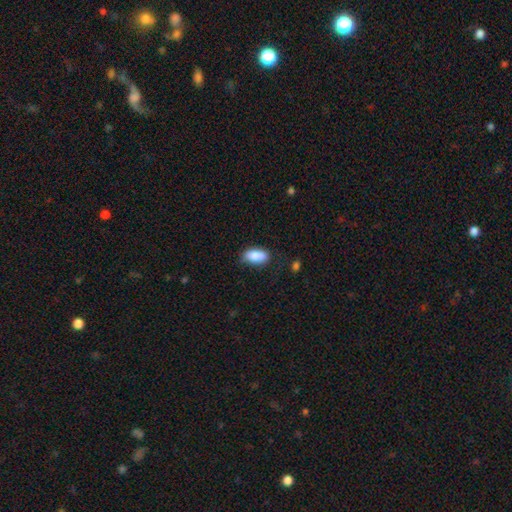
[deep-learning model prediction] This appears to be a smooth galaxy with no disk features (85%) that is in between round and cigar-shaped (89%). Merging: none (67%).